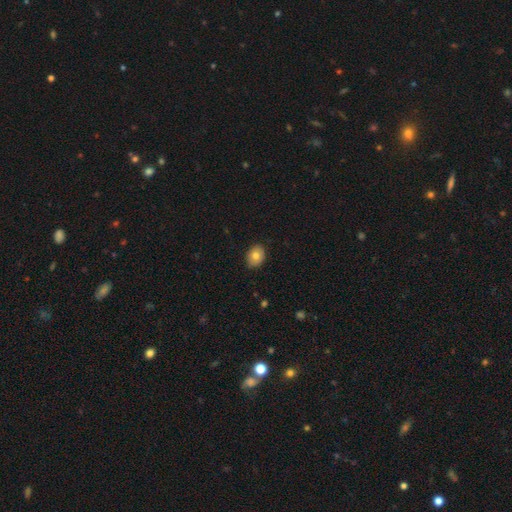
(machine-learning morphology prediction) Smooth or featured?
  - smooth: 78% *
  - featured or disk: 13%
  - star or artifact: 9%
How rounded?
  - in between: 56% *
  - round: 43%
  - cigar-shaped: 1%
Merging?
  - none: 86% *
  - minor disturbance: 11%
  - major disturbance: 2%
  - merger: 1%